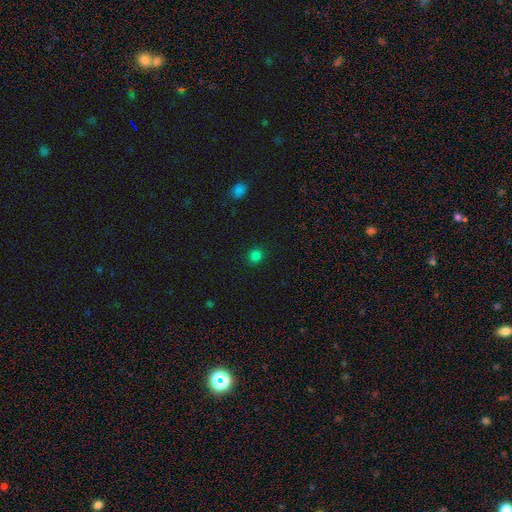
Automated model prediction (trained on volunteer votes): smooth-or-featured: smooth: 80% | star or artifact: 16% | featured or disk: 3%
  how-rounded: round: 91% | in between: 8% | cigar-shaped: 1%
  merging: none: 91% | minor disturbance: 6% | major disturbance: 2% | merger: 1%